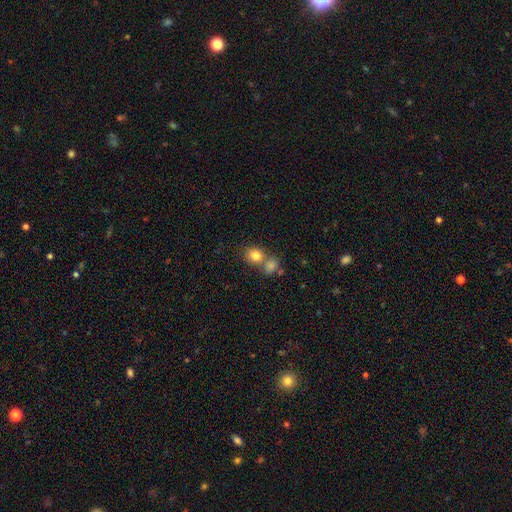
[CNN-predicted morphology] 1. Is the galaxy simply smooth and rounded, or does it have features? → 81% smooth, 11% star or artifact, 8% featured or disk.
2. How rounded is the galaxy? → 70% round, 29% in between, 1% cigar-shaped.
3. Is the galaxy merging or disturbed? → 50% none, 37% merger, 9% minor disturbance, 3% major disturbance.